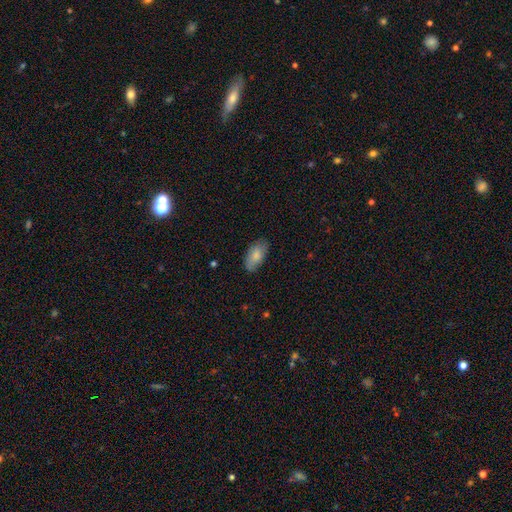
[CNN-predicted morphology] smooth 81%, featured or disk 13%, star or artifact 6%. Down the decision tree: how rounded — in between (93%); merging — none (79%).